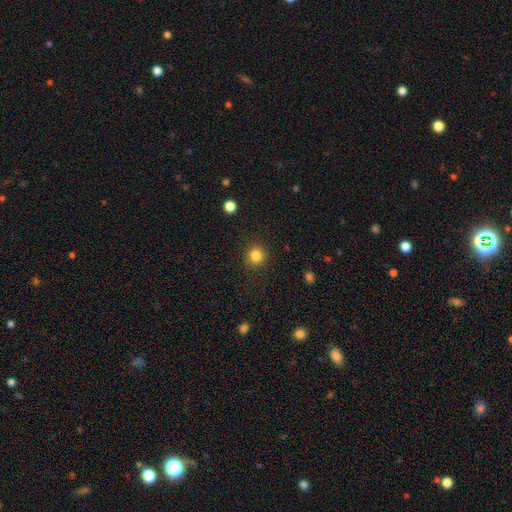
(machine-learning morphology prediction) This appears to be a smooth galaxy with no disk features (84%) that is round (91%). Merging: none (90%).